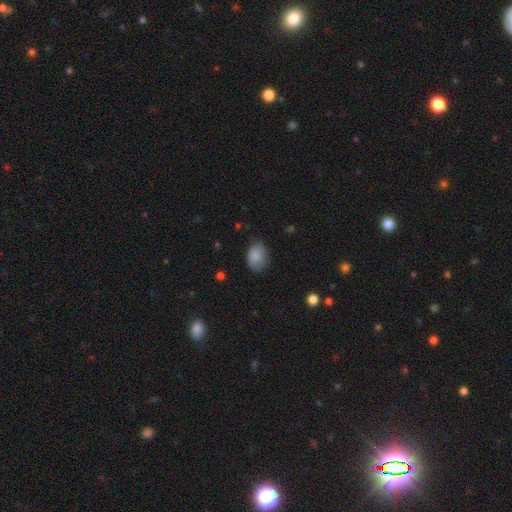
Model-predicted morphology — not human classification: smooth-or-featured: smooth: 85% | star or artifact: 8% | featured or disk: 7%
  how-rounded: in between: 74% | round: 25% | cigar-shaped: 1%
  merging: none: 68% | minor disturbance: 25% | major disturbance: 6% | merger: 1%